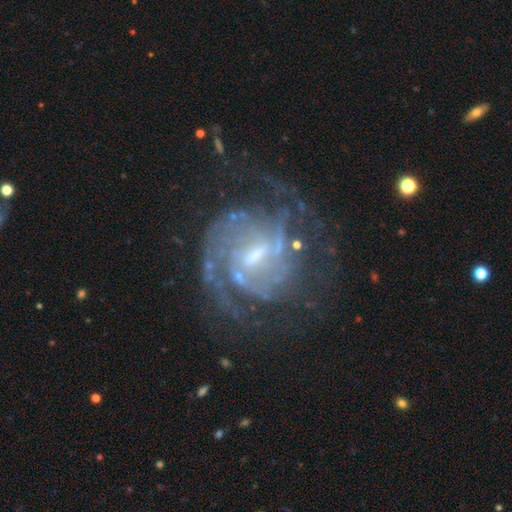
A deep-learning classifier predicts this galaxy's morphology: smooth_or_featured: featured or disk (p=0.90) [alt: star or artifact p=0.06]
disk_edge_on: no (p=0.98) [alt: yes p=0.02]
bar: weak (p=0.58) [alt: strong p=0.25]
has_spiral_arms: yes (p=0.97) [alt: no p=0.03]
spiral_winding: tight (p=0.45) [alt: medium p=0.43]
spiral_arm_count: 2 (p=0.43) [alt: can't tell p=0.22]
bulge_size: small (p=0.49) [alt: moderate p=0.39]
merging: none (p=0.65) [alt: major disturbance p=0.16]